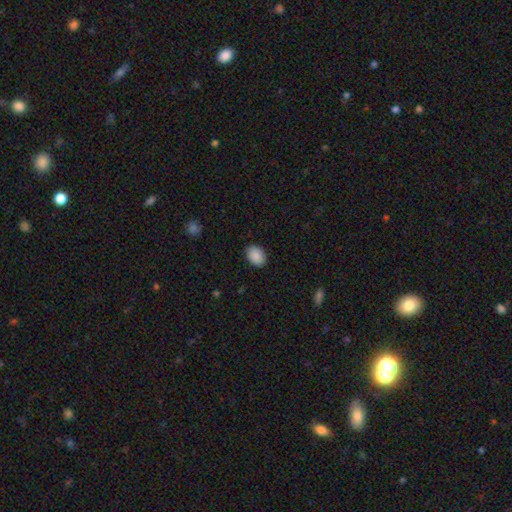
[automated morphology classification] Smooth or featured?
  - smooth: 90% *
  - star or artifact: 7%
  - featured or disk: 3%
How rounded?
  - in between: 81% *
  - round: 18%
  - cigar-shaped: 1%
Merging?
  - none: 88% *
  - minor disturbance: 9%
  - major disturbance: 2%
  - merger: 1%